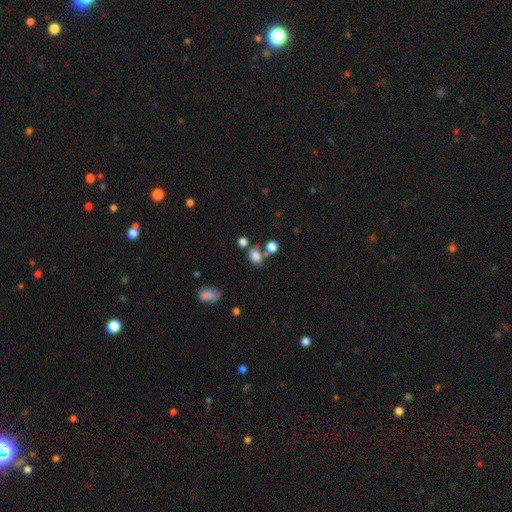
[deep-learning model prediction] This appears to be a smooth galaxy with no disk features (79%) that is in between round and cigar-shaped (62%). Merging: none (54%).